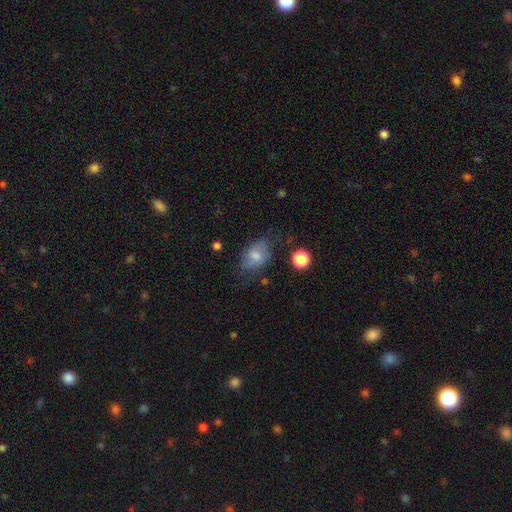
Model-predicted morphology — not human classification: smooth 70%, featured or disk 21%, star or artifact 9%. Down the decision tree: how rounded — in between (79%); merging — none (60%).